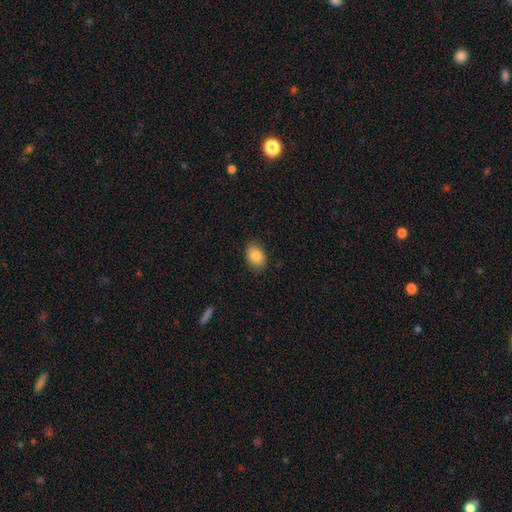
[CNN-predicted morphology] Smooth or featured: smooth — 86% (star or artifact — 8%)
How rounded: in between — 78% (round — 21%)
Merging: none — 87% (minor disturbance — 10%)